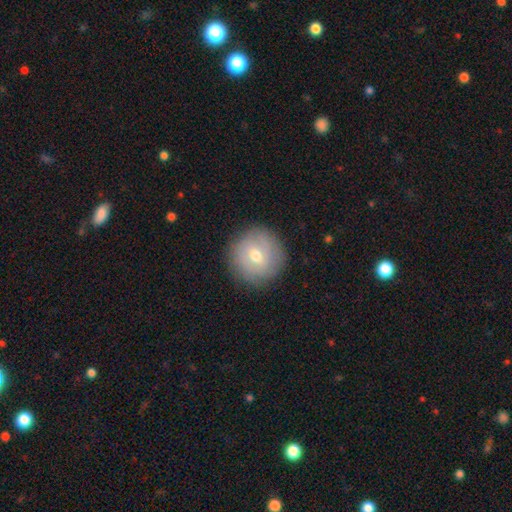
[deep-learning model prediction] smooth 54%, featured or disk 37%, star or artifact 9%. Down the decision tree: how rounded — round (94%); merging — none (86%).